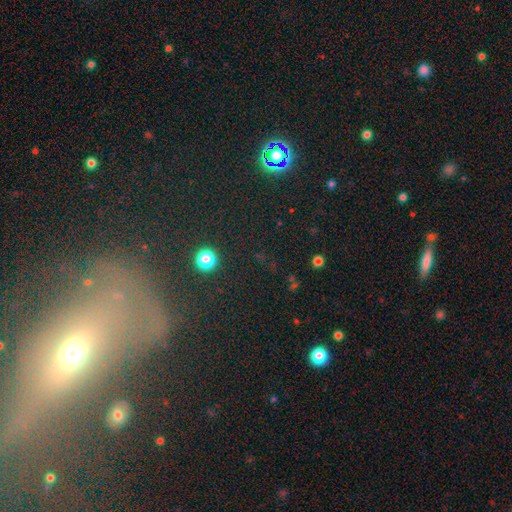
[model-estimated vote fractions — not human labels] Smooth or featured: star or artifact — 46% (smooth — 30%)